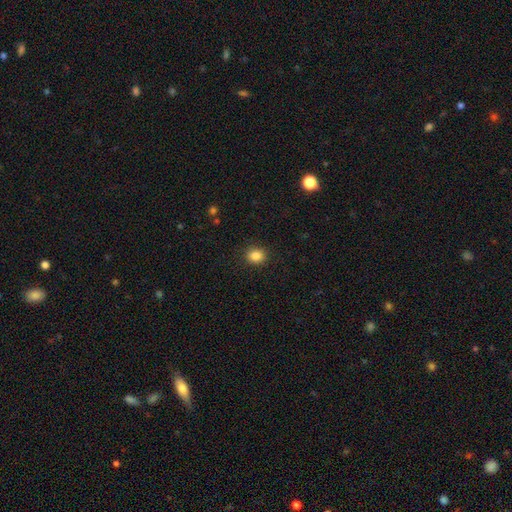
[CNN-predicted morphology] smooth 86%, star or artifact 10%, featured or disk 4%. Down the decision tree: how rounded — round (71%); merging — none (90%).